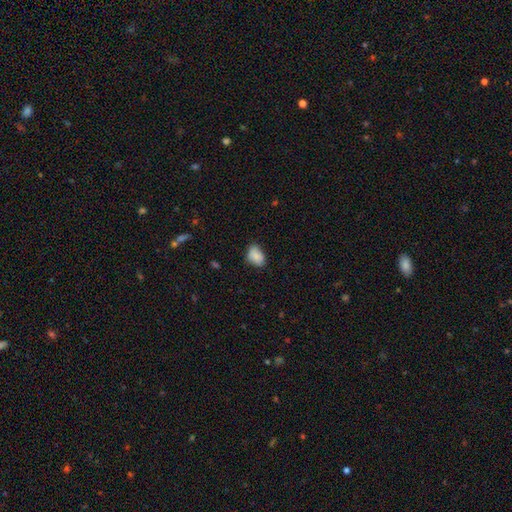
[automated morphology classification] smooth 84%, featured or disk 8%, star or artifact 8%. Down the decision tree: how rounded — in between (79%); merging — none (63%).